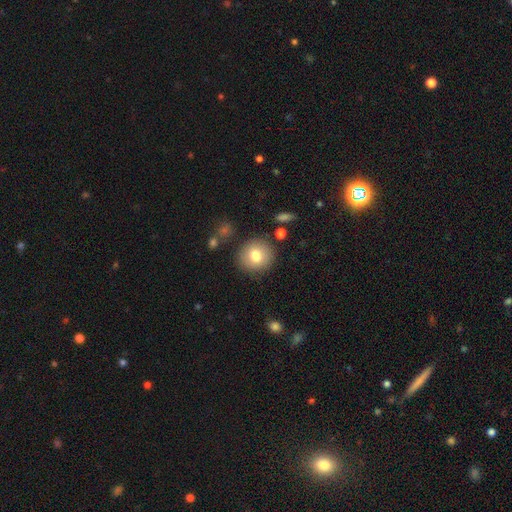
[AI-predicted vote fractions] Smooth or featured? Predicted: smooth (p=0.78). How rounded? Predicted: round (p=0.88). Merging? Predicted: none (p=0.84).